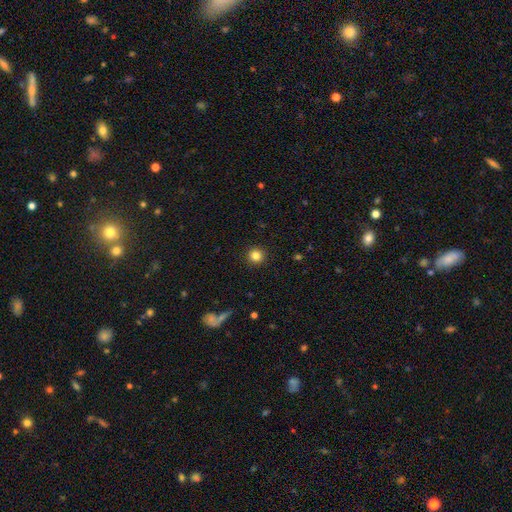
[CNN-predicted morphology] This is clearly a smooth galaxy (83%). How rounded: clearly round (93%). Merging: clearly none (92%).